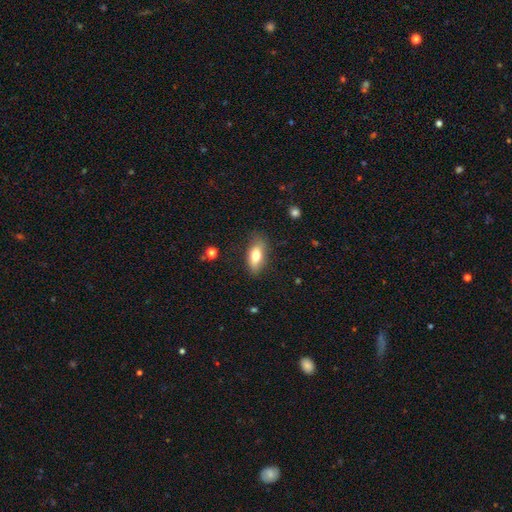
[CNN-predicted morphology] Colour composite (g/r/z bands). It shows a smooth galaxy with no disk features (72%) that is in between round and cigar-shaped (80%). Merging: none (79%).